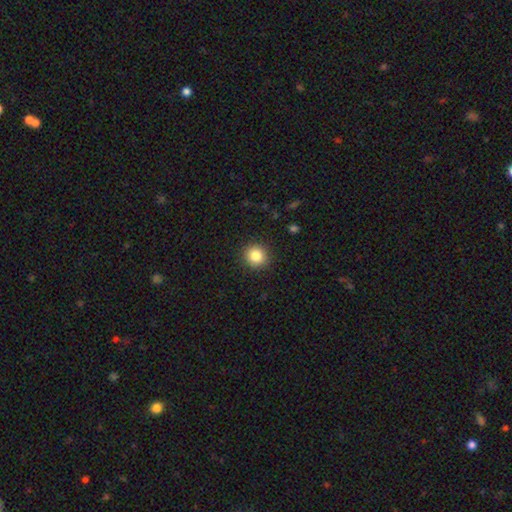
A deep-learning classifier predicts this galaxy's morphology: type=smooth (84%); roundness=round (89%); merging=none (91%).